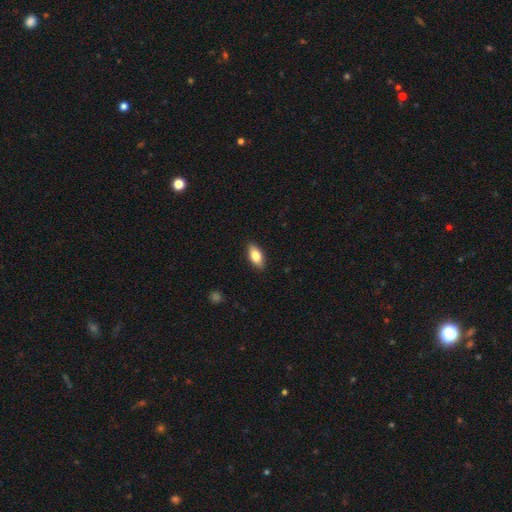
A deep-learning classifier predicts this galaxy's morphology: The model was most divided on "smooth or featured": smooth: 79%, featured or disk: 15%, star or artifact: 7%. More confident: merging — none (89%); how rounded — in between (88%).